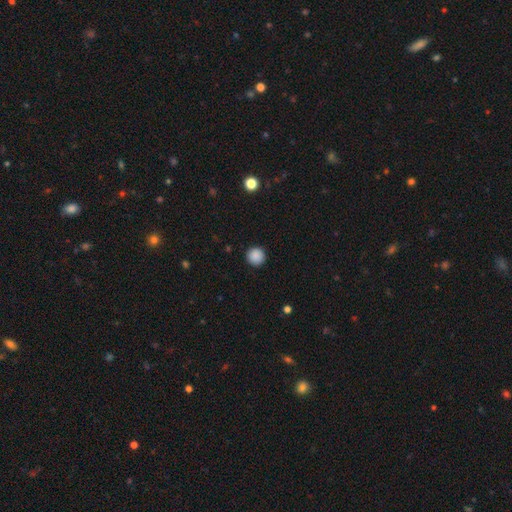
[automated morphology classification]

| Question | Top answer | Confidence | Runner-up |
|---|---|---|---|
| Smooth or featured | smooth | 88% | star or artifact (9%) |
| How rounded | round | 95% | in between (4%) |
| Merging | none | 92% | minor disturbance (5%) |